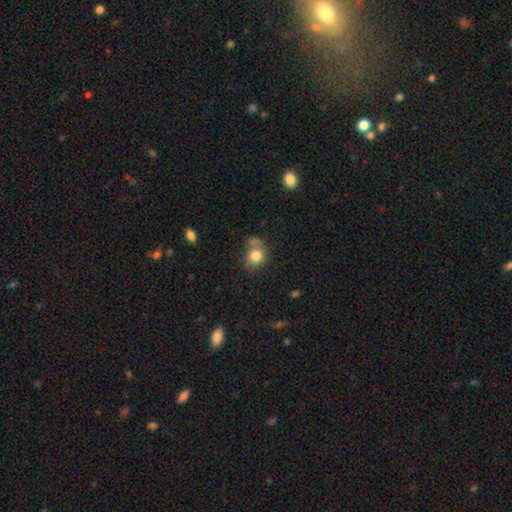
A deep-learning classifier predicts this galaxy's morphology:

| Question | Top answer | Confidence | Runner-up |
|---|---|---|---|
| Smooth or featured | smooth | 81% | star or artifact (10%) |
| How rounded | round | 74% | in between (25%) |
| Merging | none | 55% | minor disturbance (19%) |